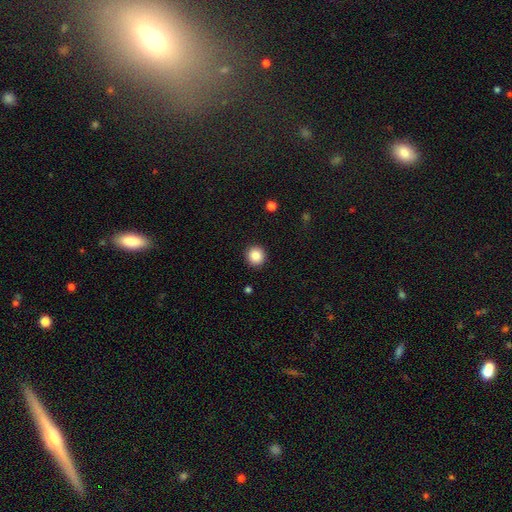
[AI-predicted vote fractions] Smooth or featured? Predicted: smooth (p=0.87). How rounded? Predicted: round (p=0.95). Merging? Predicted: none (p=0.93).